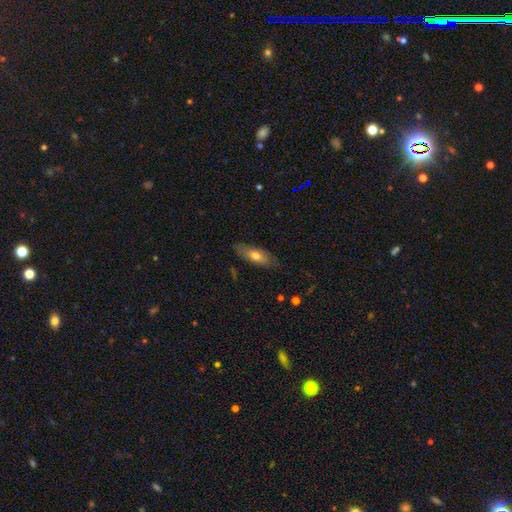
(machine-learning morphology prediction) type=smooth (62%); roundness=in between (64%); merging=none (78%).